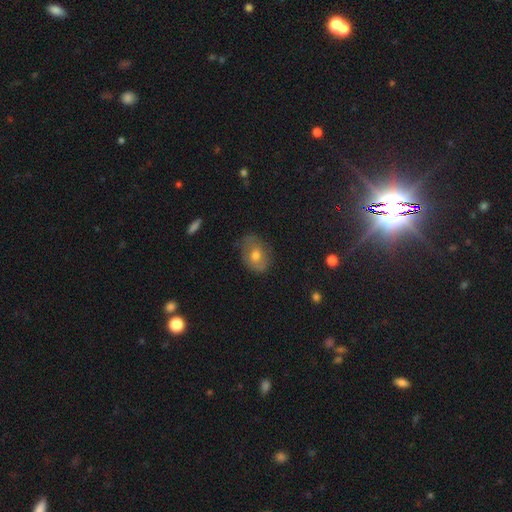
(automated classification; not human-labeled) smooth-or-featured: smooth: 55% | featured or disk: 33% | star or artifact: 12%
  how-rounded: in between: 70% | round: 28% | cigar-shaped: 1%
  merging: none: 73% | minor disturbance: 20% | major disturbance: 6% | merger: 1%